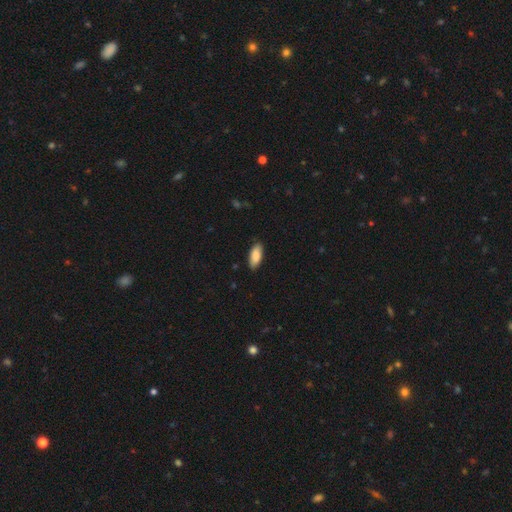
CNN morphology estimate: Smooth or featured: smooth — 87% (featured or disk — 7%)
How rounded: in between — 83% (cigar-shaped — 15%)
Merging: none — 87% (minor disturbance — 10%)